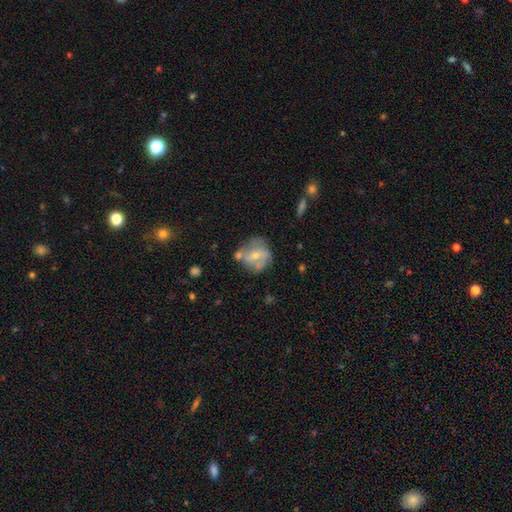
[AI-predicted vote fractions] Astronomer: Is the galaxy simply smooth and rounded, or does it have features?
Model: featured or disk — 48% (runner-up: smooth, 44%).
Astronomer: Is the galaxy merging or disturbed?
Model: none — 52%.